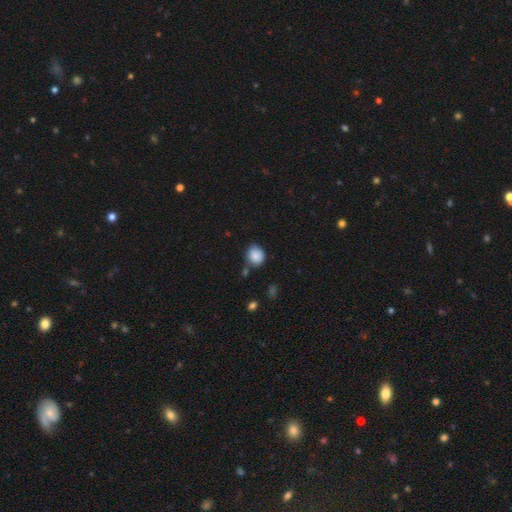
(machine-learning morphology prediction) Overall: smooth (85%). How rounded: round (66%; in between 33%). Merging: none (63%; minor disturbance 24%).